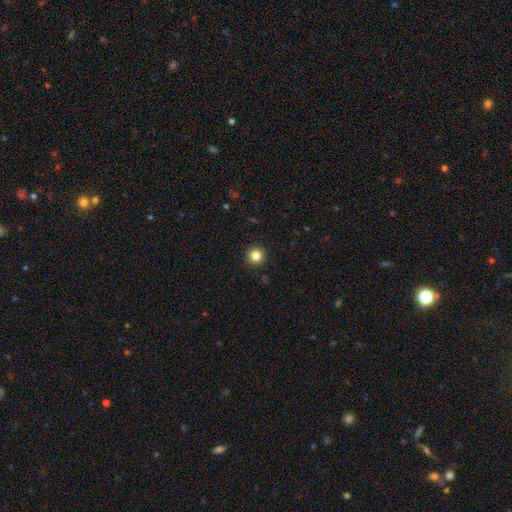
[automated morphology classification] This appears to be a smooth galaxy with no disk features (83%) that is round (95%). Merging: none (93%).